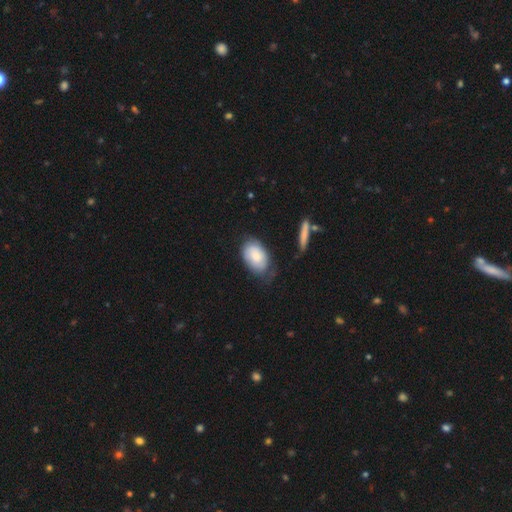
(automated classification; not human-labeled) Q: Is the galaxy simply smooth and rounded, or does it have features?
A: smooth — 75%.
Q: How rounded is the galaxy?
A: in between — 87%.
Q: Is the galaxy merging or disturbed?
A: none — 63%.